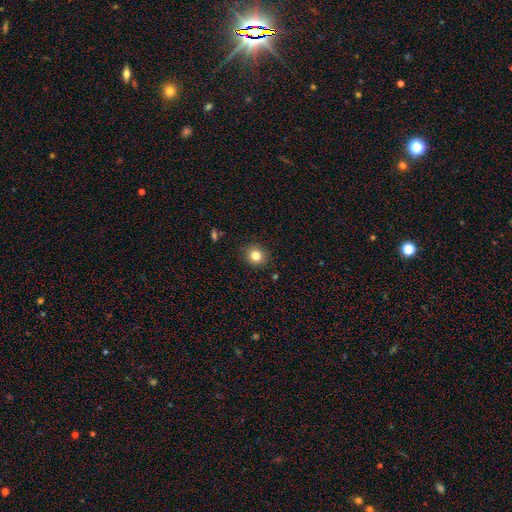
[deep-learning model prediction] Smooth or featured?
  - smooth: 82% *
  - star or artifact: 11%
  - featured or disk: 7%
How rounded?
  - round: 84% *
  - in between: 15%
  - cigar-shaped: 1%
Merging?
  - none: 90% *
  - minor disturbance: 7%
  - major disturbance: 2%
  - merger: 1%